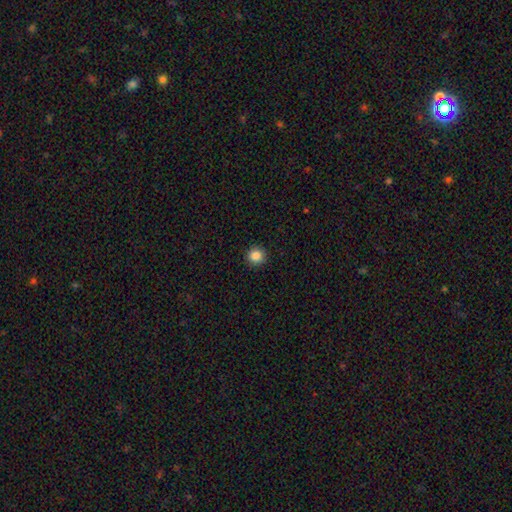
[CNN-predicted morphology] The model was most divided on "smooth or featured": smooth: 86%, star or artifact: 11%, featured or disk: 4%. More confident: how rounded — round (93%); merging — none (93%).